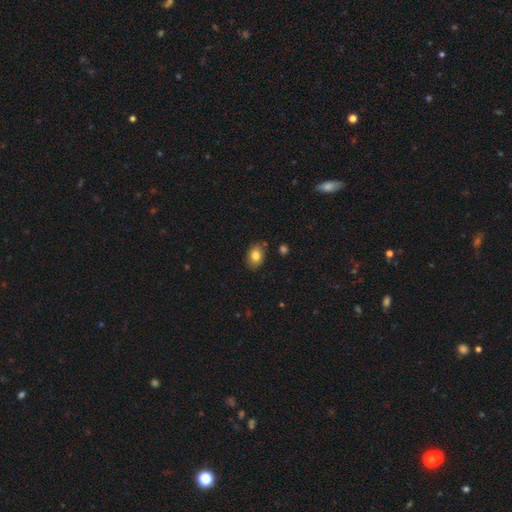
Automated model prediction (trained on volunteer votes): The model was most divided on "how rounded": in between: 77%, round: 22%, cigar-shaped: 1%. More confident: smooth or featured — smooth (81%); merging — none (80%).